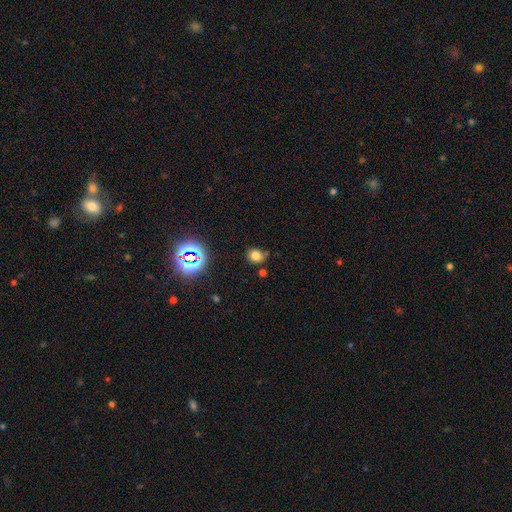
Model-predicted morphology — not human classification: This is likely a smooth galaxy (72%). How rounded: likely round (66%). Merging: likely none (72%).